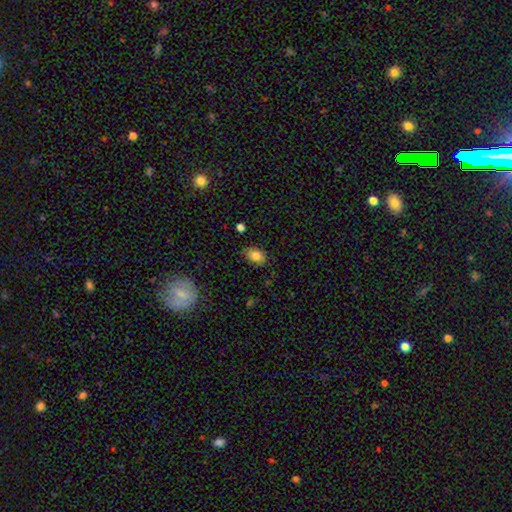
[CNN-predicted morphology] A smooth galaxy with no disk features (83%) that is in between round and cigar-shaped (81%).

Vote fractions:
- Smooth or featured? smooth: 83% / star or artifact: 9% / featured or disk: 8%
- How rounded? in between: 81% / round: 17% / cigar-shaped: 1%
- Merging? none: 80% / minor disturbance: 16% / major disturbance: 3% / merger: 1%